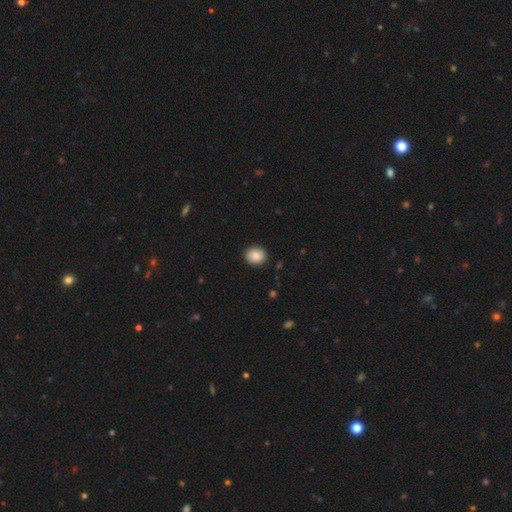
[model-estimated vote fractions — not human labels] The model was most divided on "how rounded": round: 70%, in between: 29%, cigar-shaped: 1%. More confident: merging — none (89%); smooth or featured — smooth (85%).